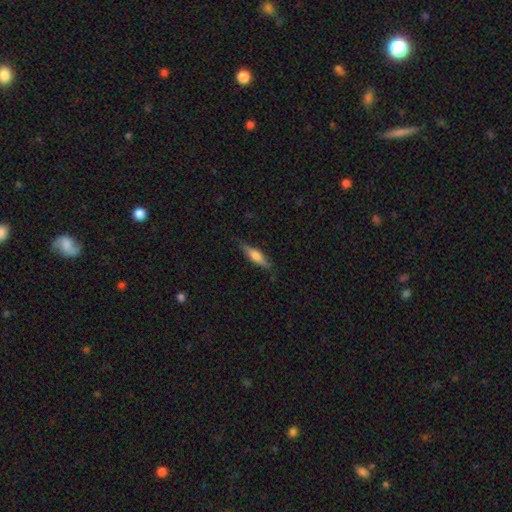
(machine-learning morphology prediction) Q: Smooth or featured?
A: smooth (56%); runner-up: featured or disk (37%)
Q: How rounded?
A: cigar-shaped (68%); runner-up: in between (30%)
Q: Merging?
A: none (81%); runner-up: minor disturbance (15%)